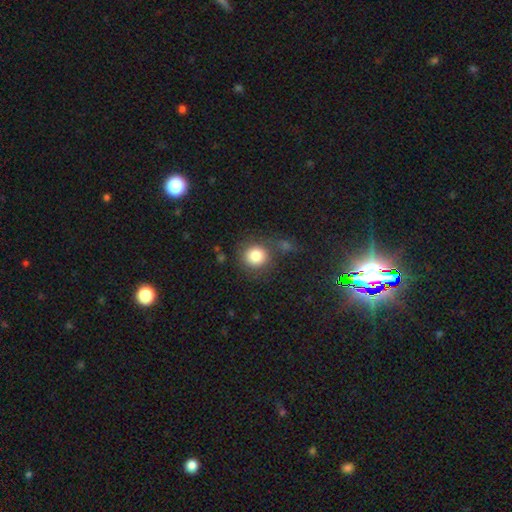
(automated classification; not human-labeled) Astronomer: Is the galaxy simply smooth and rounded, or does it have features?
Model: smooth — 83%.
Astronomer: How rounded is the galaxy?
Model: round — 89%.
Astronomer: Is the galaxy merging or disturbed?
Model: none — 72%.